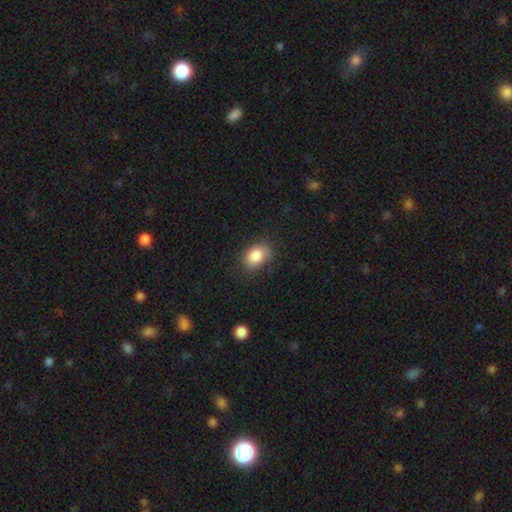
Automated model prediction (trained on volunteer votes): smooth_or_featured: smooth (p=0.85) [alt: star or artifact p=0.09]
how_rounded: in between (p=0.69) [alt: round p=0.30]
merging: none (p=0.75) [alt: minor disturbance p=0.18]